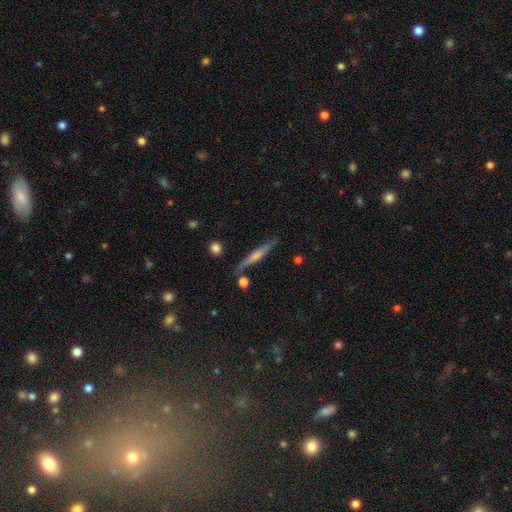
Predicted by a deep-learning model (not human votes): Smooth or featured? Predicted: featured or disk (p=0.65). Edge-on disk? Predicted: yes (p=0.96). Edge-on bulge? Predicted: rounded (p=0.63). Merging? Predicted: none (p=0.83).